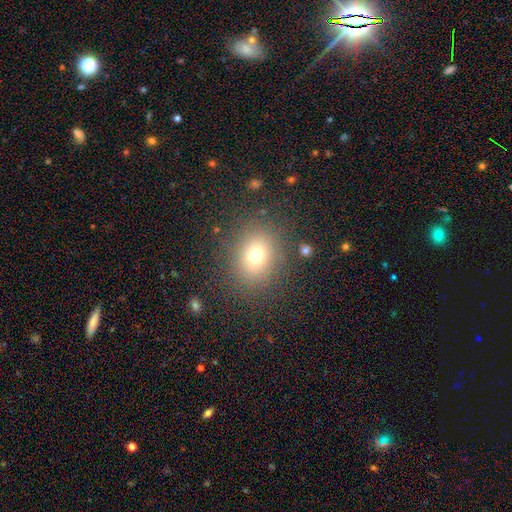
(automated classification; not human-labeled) Overall: smooth (72%). How rounded: round (63%; in between 36%). Merging: none (84%).